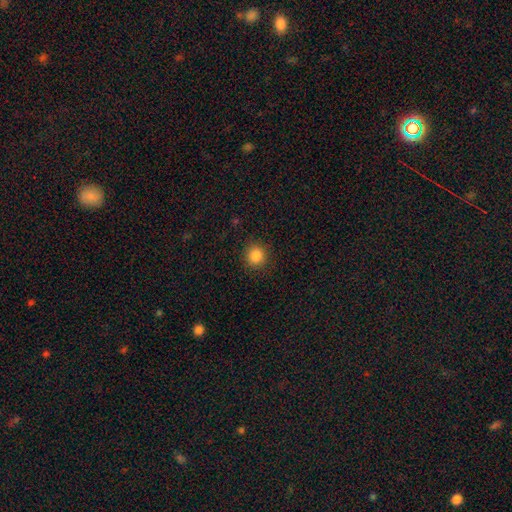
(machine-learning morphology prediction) Smooth or featured?
  - smooth: 85% *
  - star or artifact: 11%
  - featured or disk: 4%
How rounded?
  - round: 91% *
  - in between: 8%
  - cigar-shaped: 1%
Merging?
  - none: 90% *
  - minor disturbance: 6%
  - major disturbance: 2%
  - merger: 1%